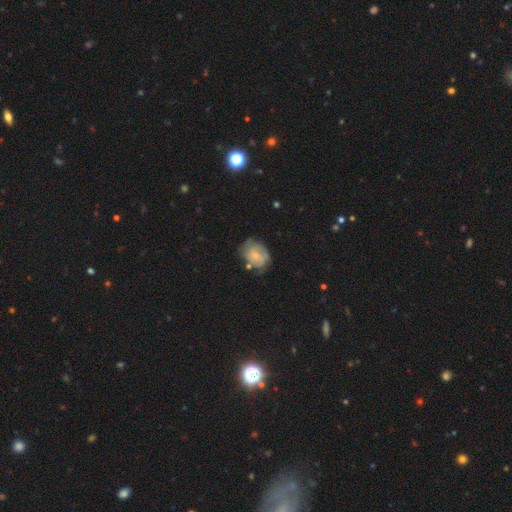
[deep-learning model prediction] The model was most divided on "smooth or featured": smooth: 48%, featured or disk: 44%, star or artifact: 8%. More confident: merging — none (53%).